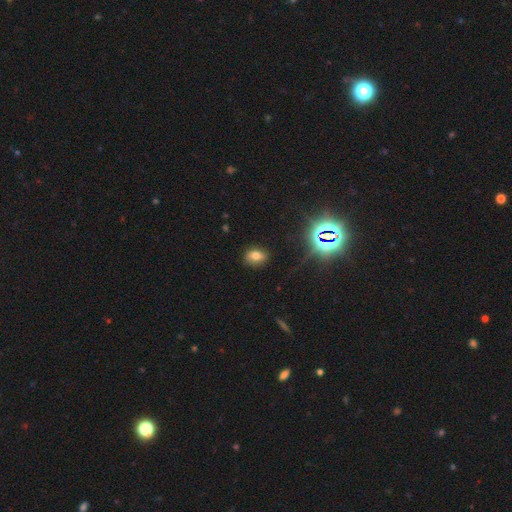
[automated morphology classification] Smooth or featured? smooth (65%)
How rounded? in between (64%)
Merging? none (83%)